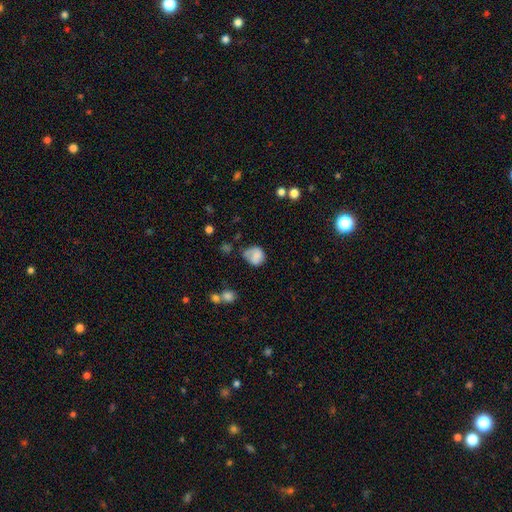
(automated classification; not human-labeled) A smooth galaxy with no disk features (74%) that is round (64%). Merging: none (44%).